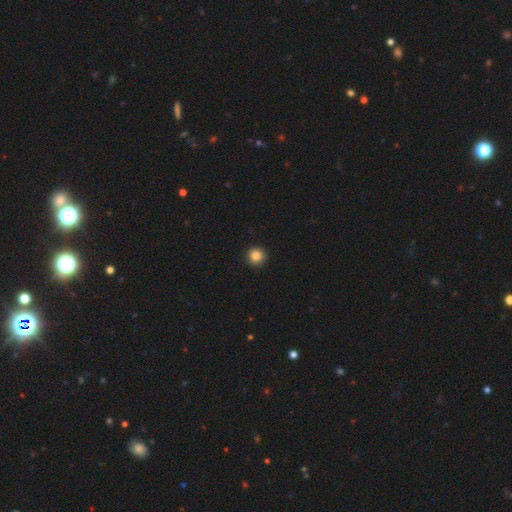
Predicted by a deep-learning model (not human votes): This appears to be a smooth galaxy with no disk features (86%) that is round (95%). Merging: none (92%).